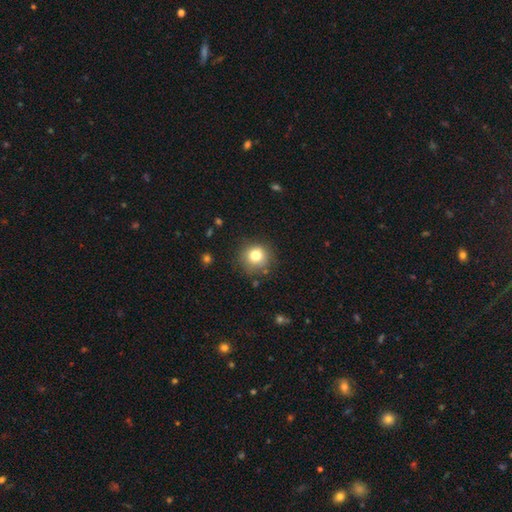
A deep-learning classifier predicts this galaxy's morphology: Smooth or featured?
  - smooth: 79% *
  - star or artifact: 12%
  - featured or disk: 9%
How rounded?
  - round: 92% *
  - in between: 7%
  - cigar-shaped: 1%
Merging?
  - none: 83% *
  - minor disturbance: 11%
  - major disturbance: 3%
  - merger: 2%